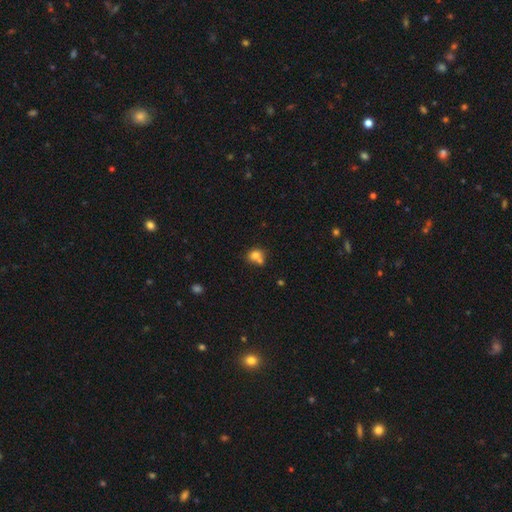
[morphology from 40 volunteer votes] Volunteers were most divided on "merging": merger: 43%, none: 40%, minor disturbance: 17%, major disturbance: 0%. More confident: how rounded — round (79%); smooth or featured — smooth (72%).